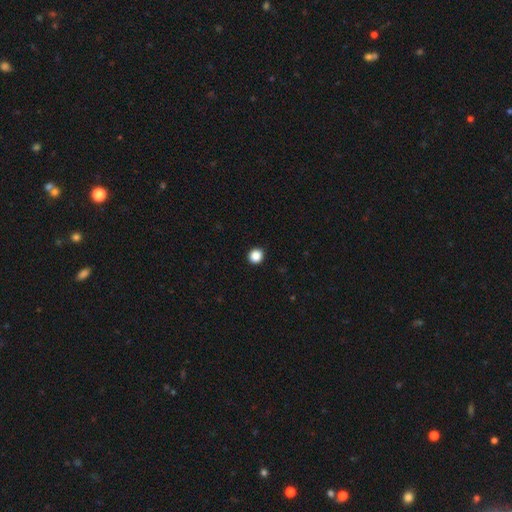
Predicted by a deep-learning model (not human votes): Smooth or featured? Predicted: smooth (p=0.87). How rounded? Predicted: round (p=0.91). Merging? Predicted: none (p=0.93).